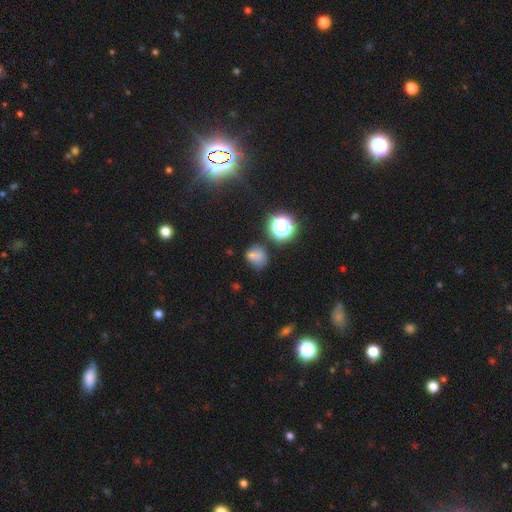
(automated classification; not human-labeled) Overall: smooth (68%). How rounded: round (60%; in between 39%). Merging: none (56%; minor disturbance 21%).